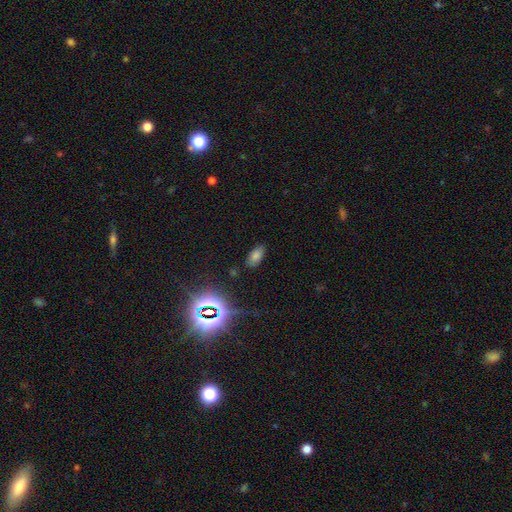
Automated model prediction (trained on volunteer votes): Smooth or featured? Predicted: smooth (p=0.54). How rounded? Predicted: in between (p=0.87). Merging? Predicted: none (p=0.83).